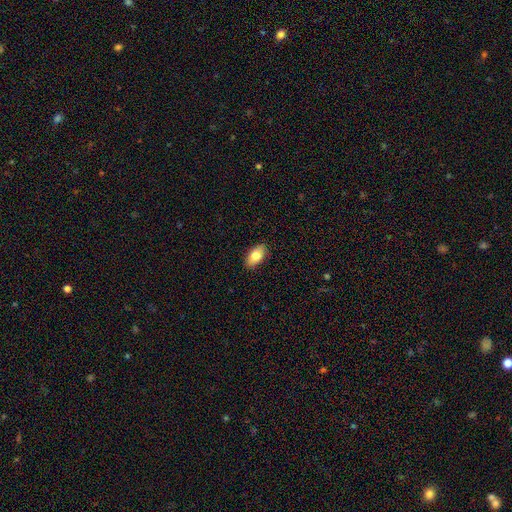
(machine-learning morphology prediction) smooth_or_featured: smooth (p=0.81) [alt: featured or disk p=0.13]
how_rounded: in between (p=0.92) [alt: round p=0.05]
merging: none (p=0.88) [alt: minor disturbance p=0.09]